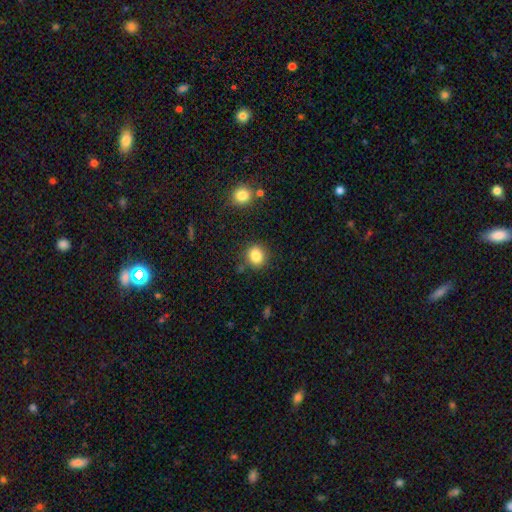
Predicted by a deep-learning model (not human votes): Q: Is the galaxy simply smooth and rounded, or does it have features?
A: smooth — 84%.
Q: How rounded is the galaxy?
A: round — 76%.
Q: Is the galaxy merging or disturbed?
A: none — 84%.